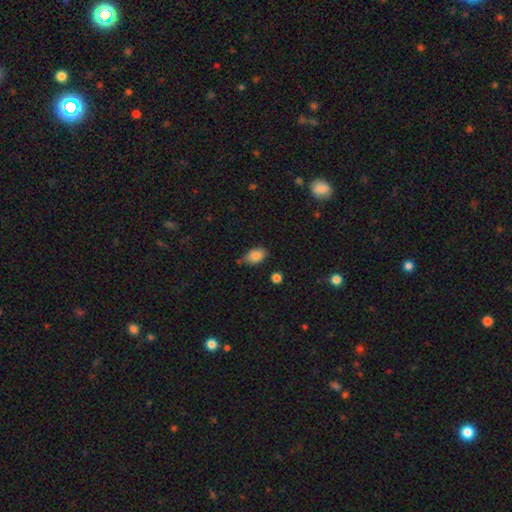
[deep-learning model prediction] Morphology: type=smooth (85%); roundness=in between (87%); merging=none (71%).